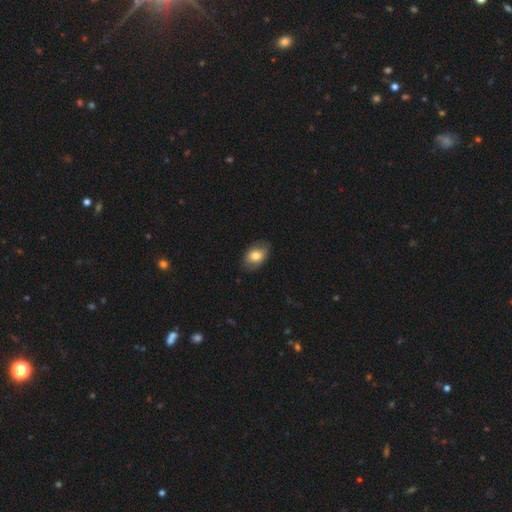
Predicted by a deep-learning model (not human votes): The model was most divided on "smooth or featured": smooth: 75%, featured or disk: 18%, star or artifact: 7%. More confident: how rounded — in between (87%); merging — none (80%).